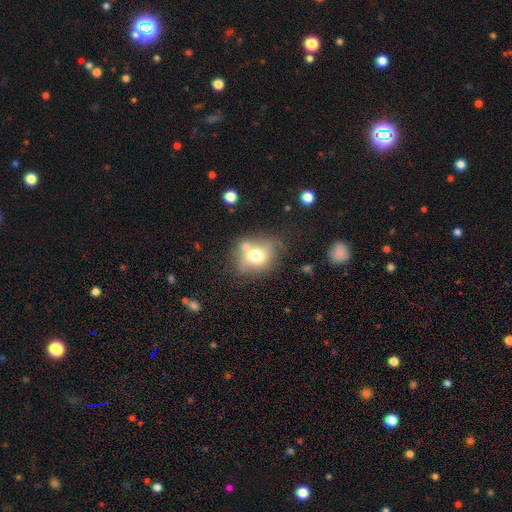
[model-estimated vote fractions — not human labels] Morphology: type=smooth (62%); roundness=round (58%); merging=none (50%).